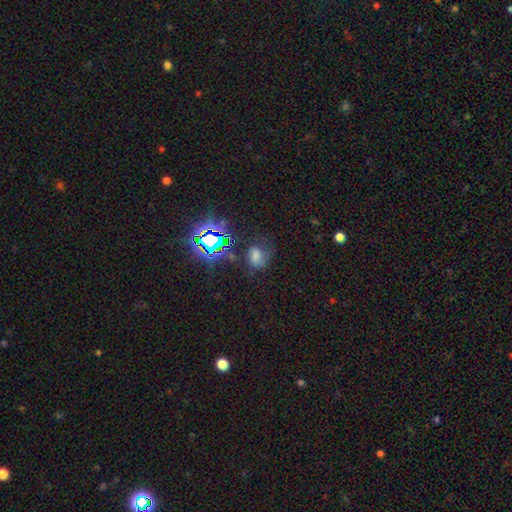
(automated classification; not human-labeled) This appears to be a smooth galaxy with no disk features (44%). Merging: none (53%).